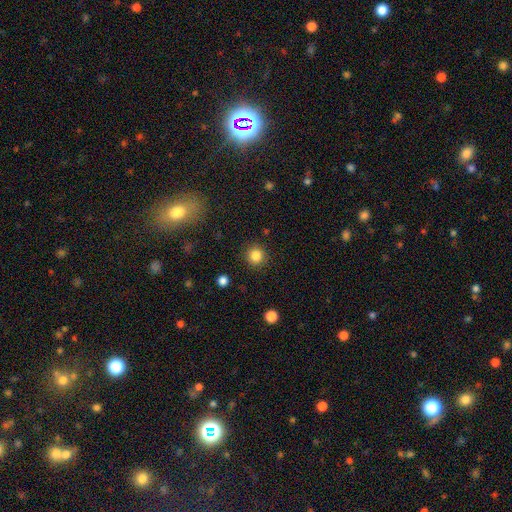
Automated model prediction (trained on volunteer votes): Q: Smooth or featured?
A: smooth (84%); runner-up: star or artifact (11%)
Q: How rounded?
A: round (94%); runner-up: in between (5%)
Q: Merging?
A: none (91%); runner-up: minor disturbance (6%)